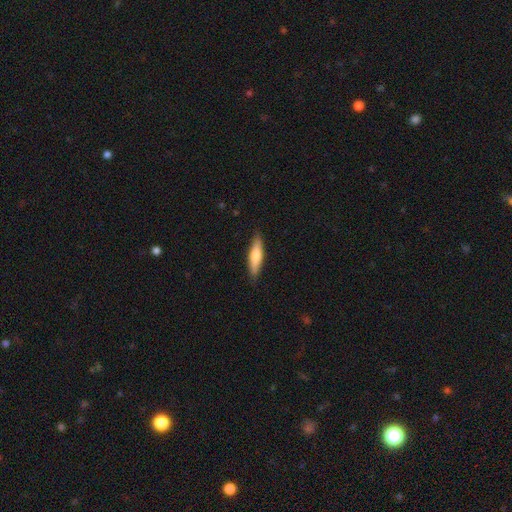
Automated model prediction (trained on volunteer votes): smooth-or-featured: smooth: 67% | featured or disk: 28% | star or artifact: 5%
  how-rounded: cigar-shaped: 73% | in between: 26% | round: 2%
  merging: none: 88% | minor disturbance: 9% | major disturbance: 2% | merger: 1%